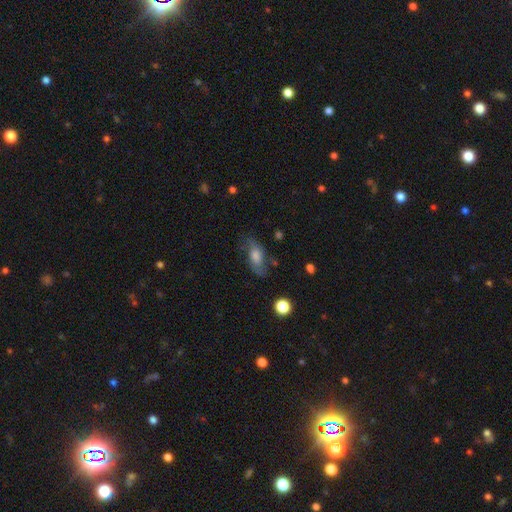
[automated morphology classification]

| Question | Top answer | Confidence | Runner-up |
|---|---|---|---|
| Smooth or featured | featured or disk | 48% | smooth (40%) |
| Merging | none | 66% | minor disturbance (21%) |